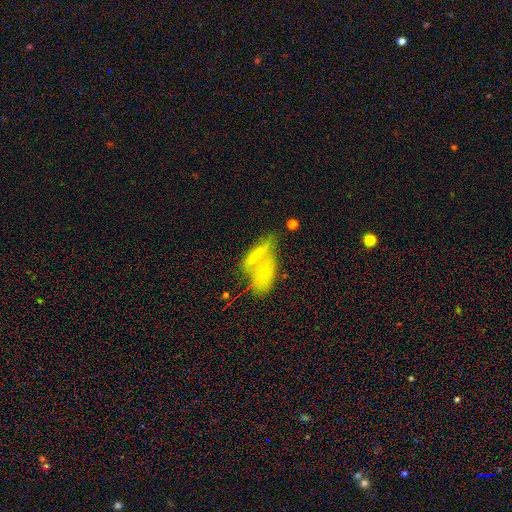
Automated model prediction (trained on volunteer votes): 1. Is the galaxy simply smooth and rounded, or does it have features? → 60% smooth, 30% featured or disk, 10% star or artifact.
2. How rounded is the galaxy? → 56% in between, 33% cigar-shaped, 11% round.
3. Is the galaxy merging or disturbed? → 41% merger, 38% none, 14% minor disturbance, 7% major disturbance.